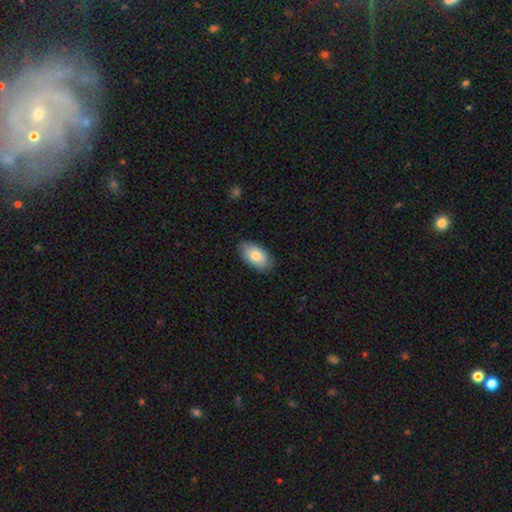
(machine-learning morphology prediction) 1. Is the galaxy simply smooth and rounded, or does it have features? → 82% smooth, 12% featured or disk, 6% star or artifact.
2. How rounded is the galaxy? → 95% in between, 3% round, 2% cigar-shaped.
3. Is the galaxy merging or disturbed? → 85% none, 11% minor disturbance, 2% major disturbance, 1% merger.